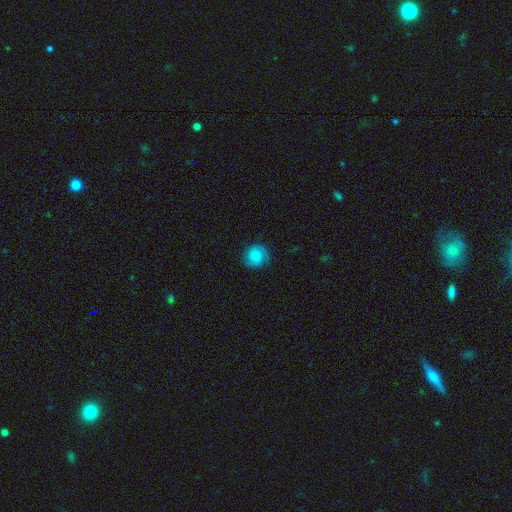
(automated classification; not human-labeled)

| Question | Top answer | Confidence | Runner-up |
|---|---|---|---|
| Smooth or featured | smooth | 82% | featured or disk (10%) |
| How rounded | round | 89% | in between (11%) |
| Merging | none | 83% | minor disturbance (12%) |